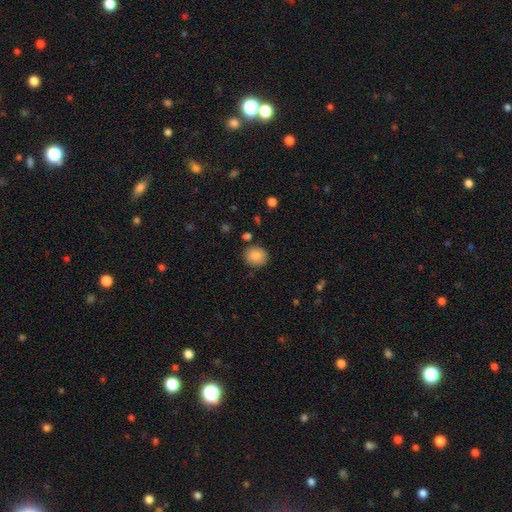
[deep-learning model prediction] Overall: smooth (86%). How rounded: round (75%). Merging: none (86%).